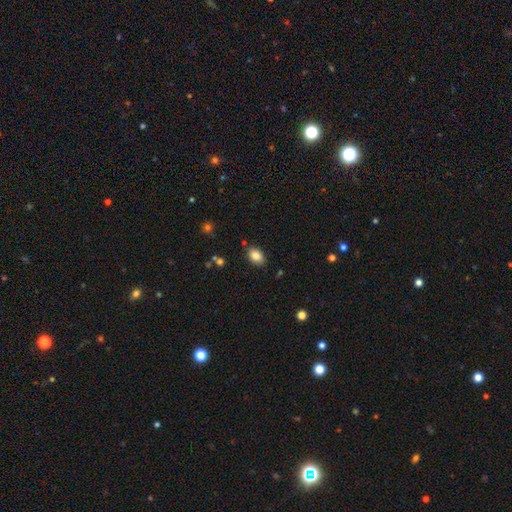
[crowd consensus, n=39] Smooth or featured?
  - smooth: 90% *
  - featured or disk: 8%
  - star or artifact: 3%
How rounded?
  - in between: 91% *
  - round: 9%
  - cigar-shaped: 0%
Merging?
  - none: 89% *
  - minor disturbance: 11%
  - major disturbance: 0%
  - merger: 0%